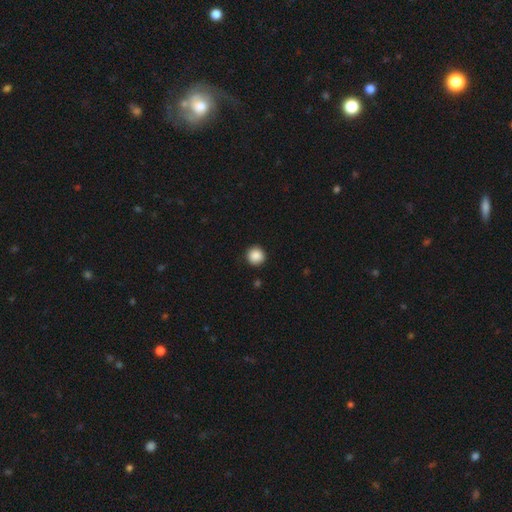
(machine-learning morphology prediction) Smooth or featured: smooth — 89% (star or artifact — 9%)
How rounded: round — 95% (in between — 4%)
Merging: none — 92% (minor disturbance — 5%)